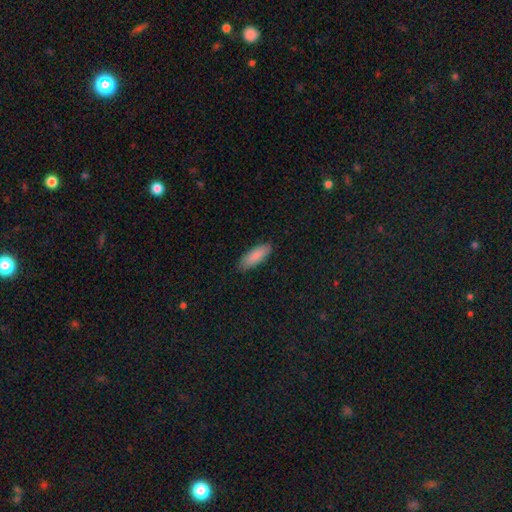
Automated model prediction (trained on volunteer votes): Morphology: type=smooth (88%); roundness=in between (58%); merging=none (87%).